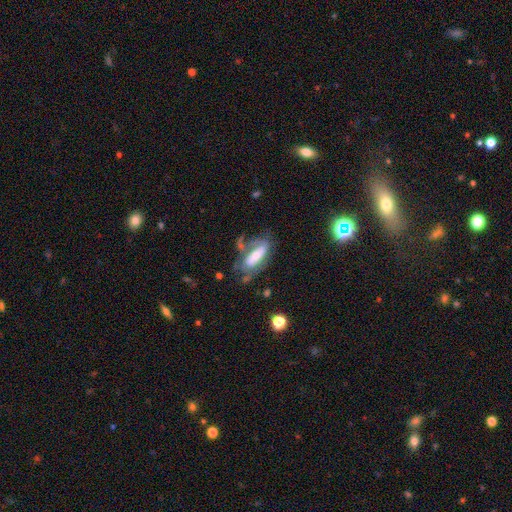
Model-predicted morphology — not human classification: Overall: featured or disk (56%; smooth 37%). Edge-on disk: no (83%). Merging: none (39%; major disturbance 27%).